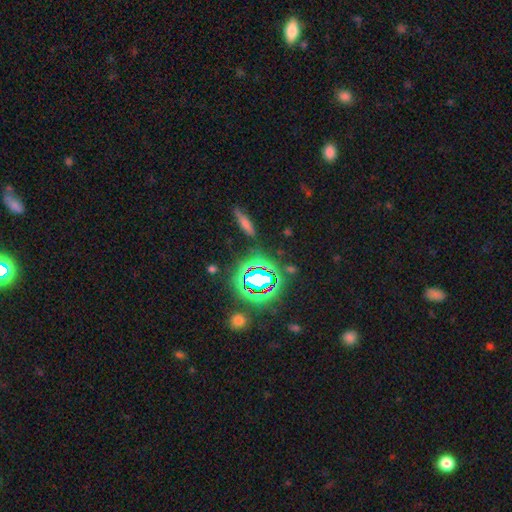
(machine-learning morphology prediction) The model was most divided on "smooth or featured": star or artifact: 60%, smooth: 23%, featured or disk: 17%.